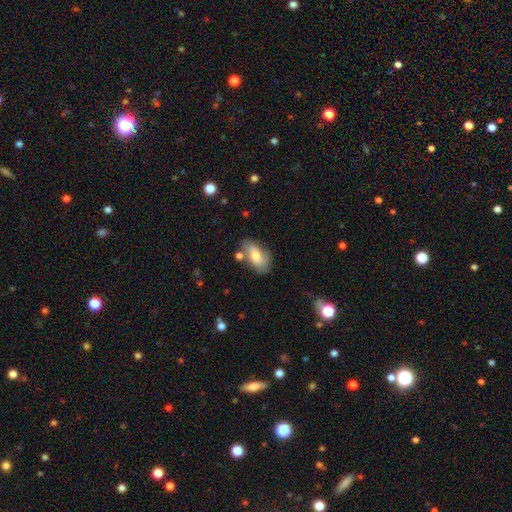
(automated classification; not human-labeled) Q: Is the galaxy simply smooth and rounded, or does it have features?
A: smooth — 63%.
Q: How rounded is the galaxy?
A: in between — 89%.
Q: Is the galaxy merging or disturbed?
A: none — 62%.